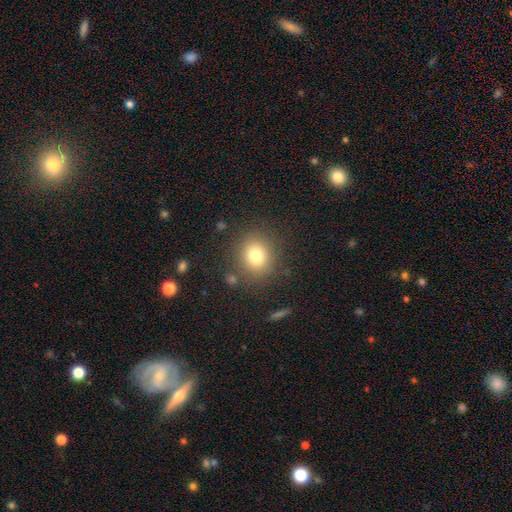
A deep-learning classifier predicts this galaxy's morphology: This appears to be a smooth galaxy with no disk features (77%) that is round (79%). Merging: none (83%).